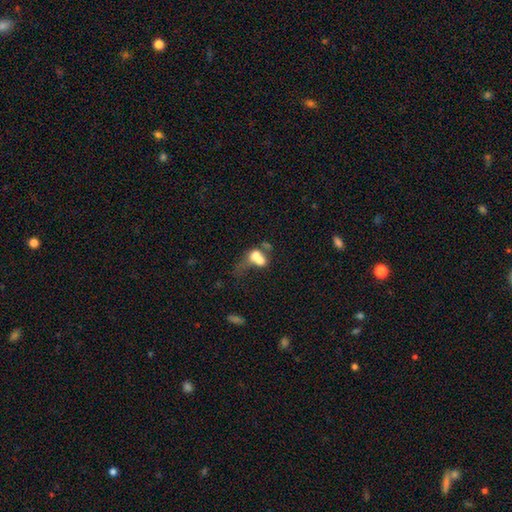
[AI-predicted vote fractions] Smooth or featured: smooth — 62% (featured or disk — 26%)
How rounded: in between — 55% (round — 42%)
Merging: merger — 68% (major disturbance — 14%)